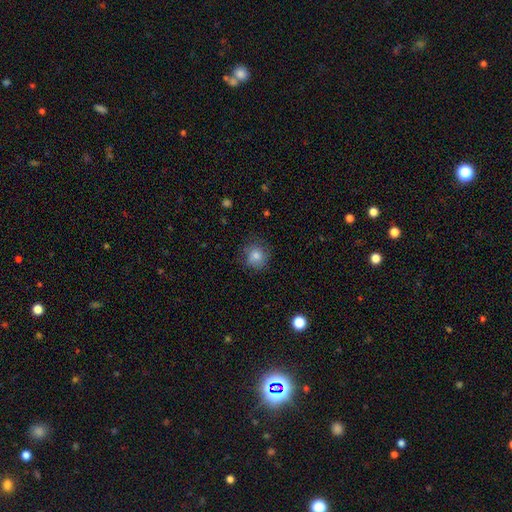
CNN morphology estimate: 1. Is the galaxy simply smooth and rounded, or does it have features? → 80% smooth, 11% star or artifact, 10% featured or disk.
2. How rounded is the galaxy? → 83% round, 16% in between, 1% cigar-shaped.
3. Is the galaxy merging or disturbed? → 73% none, 19% minor disturbance, 6% major disturbance, 1% merger.